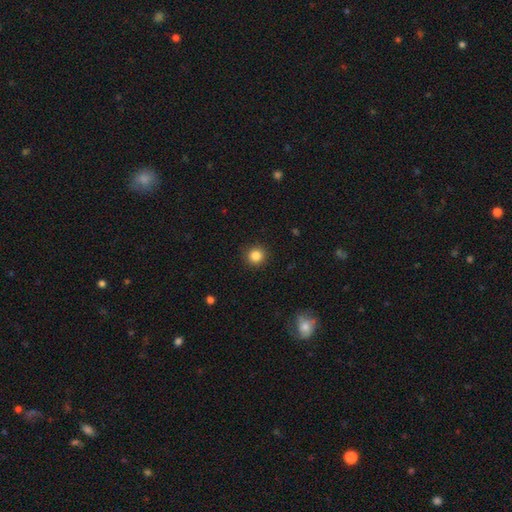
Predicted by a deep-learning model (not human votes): Overall: smooth (85%). How rounded: round (94%). Merging: none (92%).